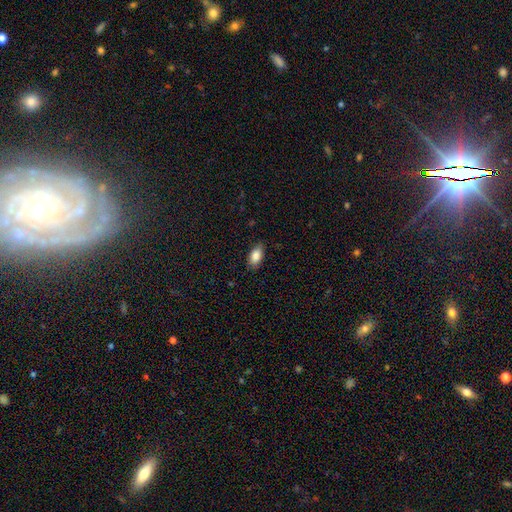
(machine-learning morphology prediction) A smooth galaxy with no disk features (86%) that is in between round and cigar-shaped (91%). Merging: none (84%).